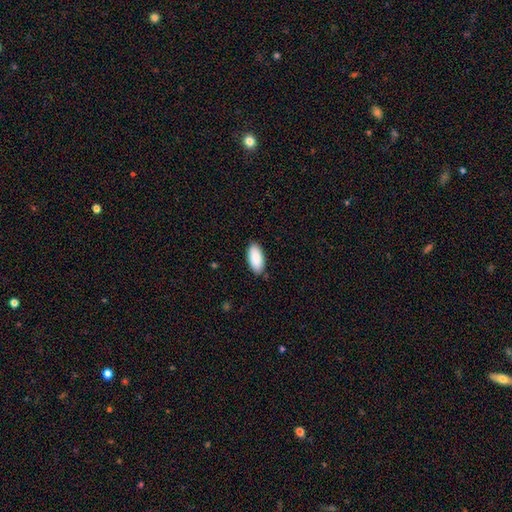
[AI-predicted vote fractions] This appears to be a smooth galaxy with no disk features (91%) that is in between round and cigar-shaped (93%). Merging: none (87%).